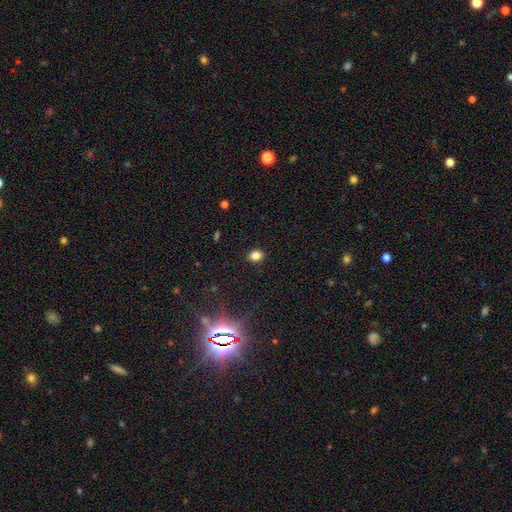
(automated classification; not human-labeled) A smooth galaxy with no disk features (82%) that is in between round and cigar-shaped (60%). Merging: none (89%).